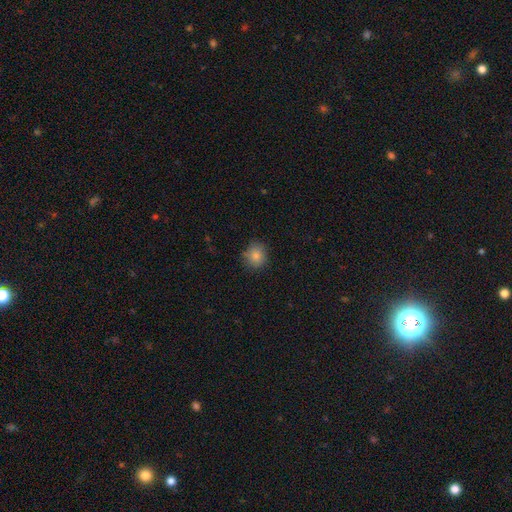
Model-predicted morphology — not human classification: The model was most divided on "how rounded": round: 80%, in between: 19%, cigar-shaped: 1%. More confident: smooth or featured — smooth (83%); merging — none (82%).